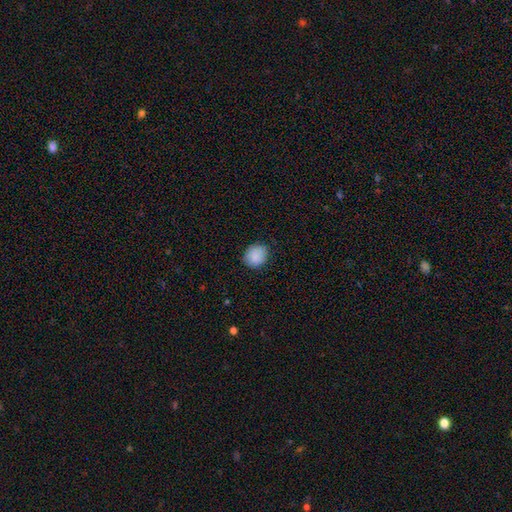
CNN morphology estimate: Smooth or featured?
  - smooth: 88% *
  - star or artifact: 8%
  - featured or disk: 4%
How rounded?
  - round: 69% *
  - in between: 30%
  - cigar-shaped: 1%
Merging?
  - none: 83% *
  - minor disturbance: 14%
  - major disturbance: 3%
  - merger: 1%